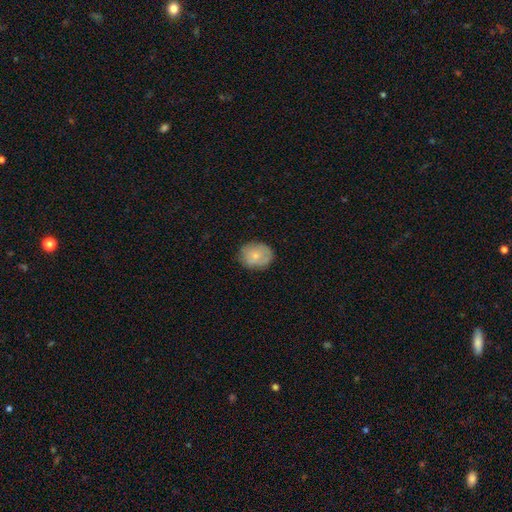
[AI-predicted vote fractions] Smooth or featured?
  - smooth: 71% *
  - featured or disk: 22%
  - star or artifact: 7%
How rounded?
  - in between: 50% *
  - round: 49%
  - cigar-shaped: 1%
Merging?
  - none: 76% *
  - minor disturbance: 18%
  - major disturbance: 4%
  - merger: 1%